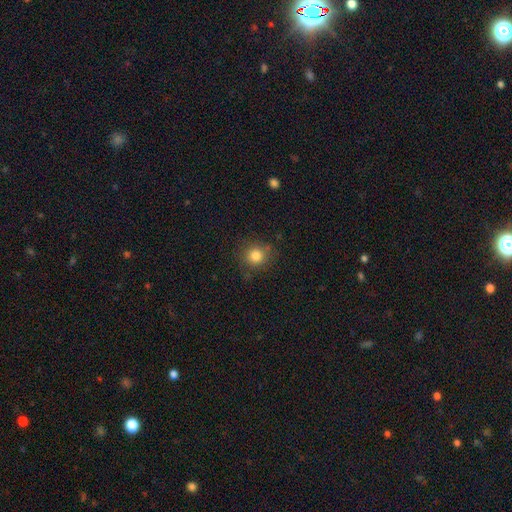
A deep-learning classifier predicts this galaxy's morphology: type=smooth (82%); roundness=round (87%); merging=none (81%).